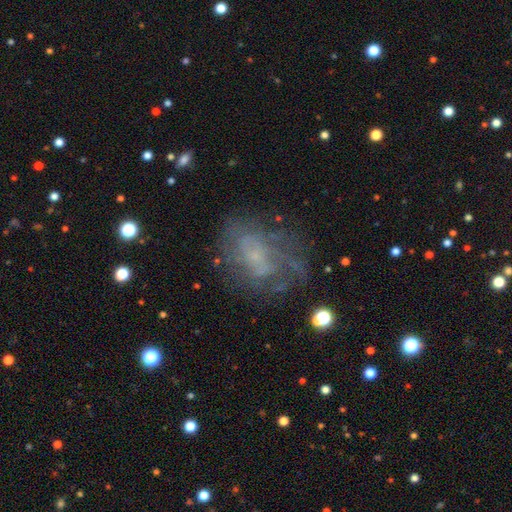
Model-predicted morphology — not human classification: smooth_or_featured: featured or disk (p=0.60) [alt: smooth p=0.25]
disk_edge_on: no (p=0.97) [alt: yes p=0.03]
bar: no (p=0.74) [alt: weak p=0.22]
has_spiral_arms: yes (p=0.63) [alt: no p=0.37]
bulge_size: small (p=0.53) [alt: none p=0.30]
merging: none (p=0.56) [alt: minor disturbance p=0.21]